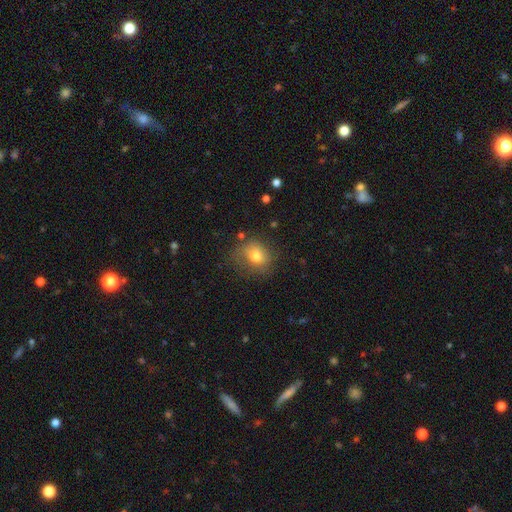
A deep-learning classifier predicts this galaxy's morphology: Smooth or featured?
  - smooth: 74% *
  - featured or disk: 15%
  - star or artifact: 11%
How rounded?
  - round: 56% *
  - in between: 43%
  - cigar-shaped: 1%
Merging?
  - none: 62% *
  - minor disturbance: 24%
  - major disturbance: 11%
  - merger: 3%